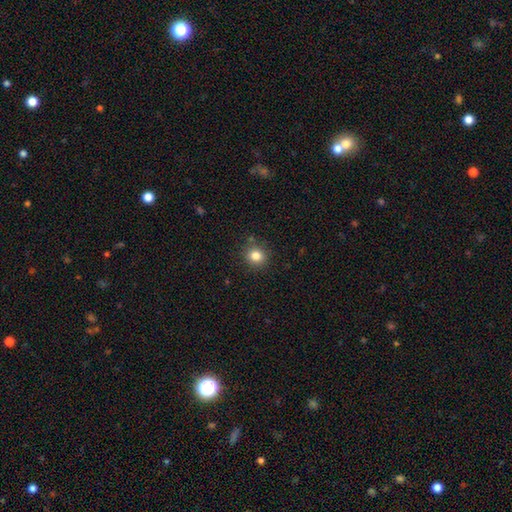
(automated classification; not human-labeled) Smooth or featured? Predicted: smooth (p=0.83). How rounded? Predicted: round (p=0.83). Merging? Predicted: none (p=0.86).